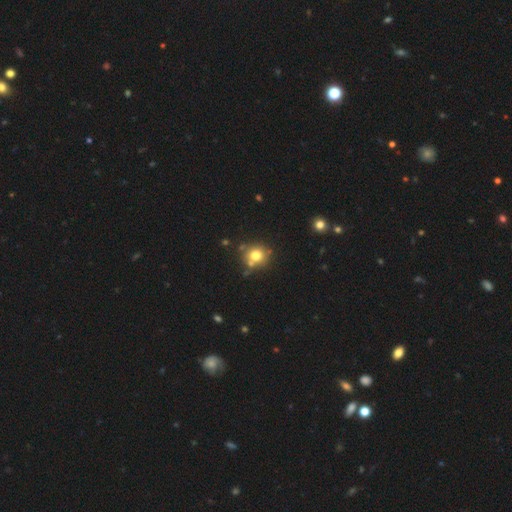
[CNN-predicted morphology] Smooth or featured? Predicted: smooth (p=0.74). How rounded? Predicted: round (p=0.88). Merging? Predicted: none (p=0.72).